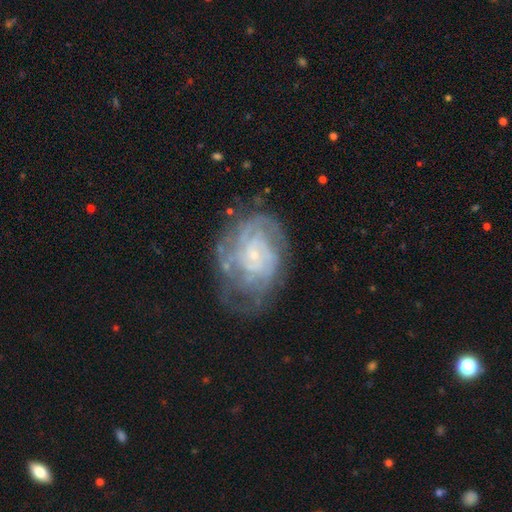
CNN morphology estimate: Smooth or featured?
  - featured or disk: 82% *
  - smooth: 10%
  - star or artifact: 8%
Edge-on disk?
  - no: 97% *
  - yes: 3%
Bar?
  - no: 68% *
  - weak: 26%
  - strong: 5%
Spiral arms?
  - yes: 92% *
  - no: 8%
Spiral winding?
  - tight: 68% *
  - medium: 26%
  - loose: 7%
Spiral arm count?
  - can't tell: 43% *
  - 2: 16%
  - 3: 14%
  - 4: 14%
  - more than 4: 7%
  - 1: 6%
Bulge size?
  - small: 78% *
  - moderate: 14%
  - none: 6%
  - large: 2%
  - dominant: 1%
Merging?
  - none: 65% *
  - minor disturbance: 21%
  - major disturbance: 12%
  - merger: 2%